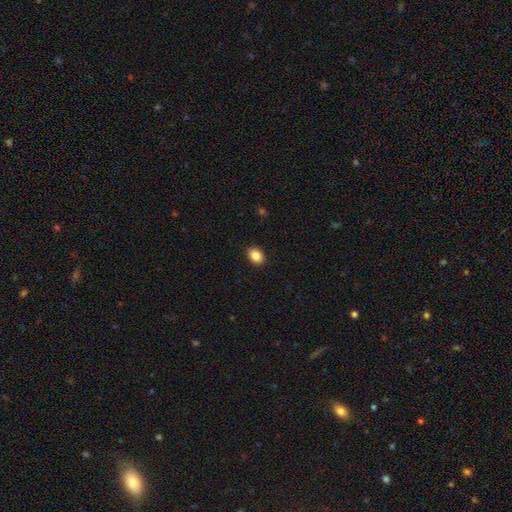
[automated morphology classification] type=smooth (86%); roundness=in between (72%); merging=none (91%).